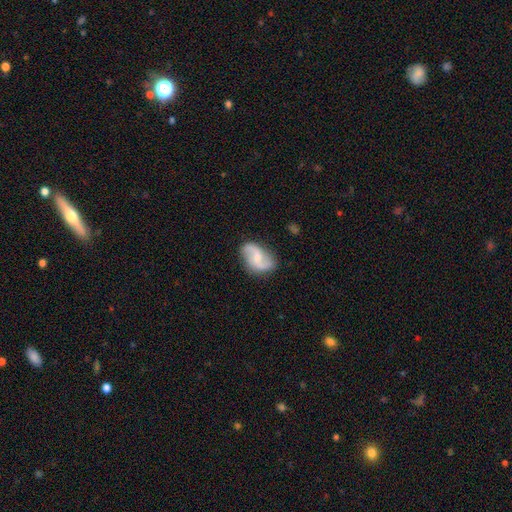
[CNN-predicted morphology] This is likely a featured or disk galaxy (79%). It is clearly not viewed edge-on (97%). Bar: marginally weak (44%). Spiral arm pattern: clearly yes (95%). Spiral arm count: clearly 2 (91%). Spiral winding: possibly loose (60%). Central bulge: possibly small (47%). Merging: likely none (78%).